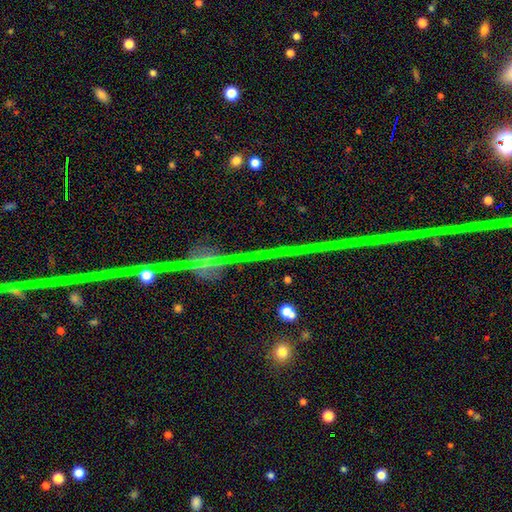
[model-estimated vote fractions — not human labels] Smooth or featured?
  - star or artifact: 63% *
  - featured or disk: 25%
  - smooth: 12%